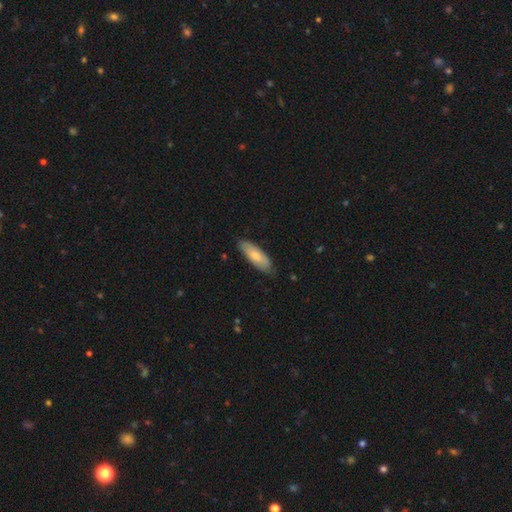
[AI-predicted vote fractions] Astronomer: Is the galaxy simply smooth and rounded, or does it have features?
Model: smooth — 74%.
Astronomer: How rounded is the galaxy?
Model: in between — 64%.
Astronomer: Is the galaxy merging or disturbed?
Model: none — 79%.